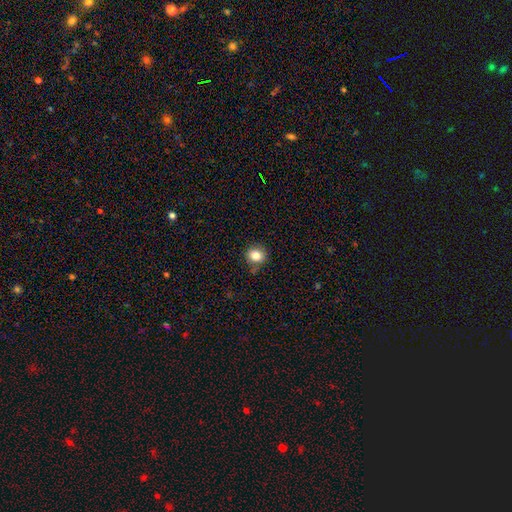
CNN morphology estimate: Smooth or featured? Predicted: smooth (p=0.83). How rounded? Predicted: round (p=0.75). Merging? Predicted: none (p=0.81).